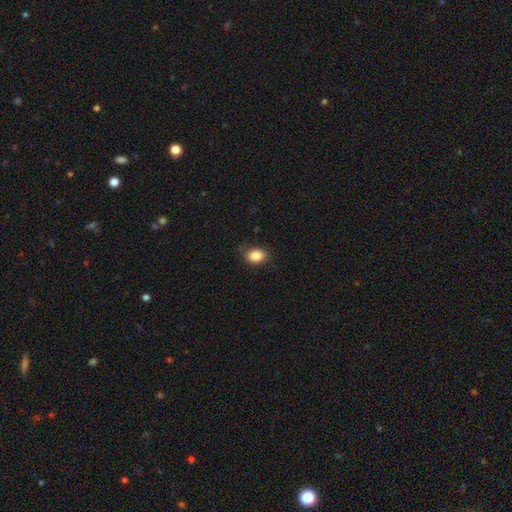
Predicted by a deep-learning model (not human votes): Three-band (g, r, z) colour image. It shows a smooth galaxy with no disk features (87%) that is in between round and cigar-shaped (74%). Merging: none (79%).